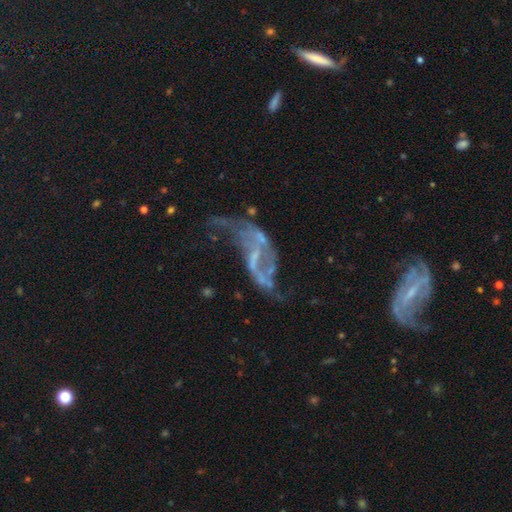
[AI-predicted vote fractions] Smooth or featured: featured or disk — 75% (star or artifact — 14%)
Edge-on disk: no — 93% (yes — 7%)
Bar: no — 48% (weak — 33%)
Spiral arms: yes — 62% (no — 38%)
Bulge size: none — 54% (small — 34%)
Merging: major disturbance — 41% (none — 25%)